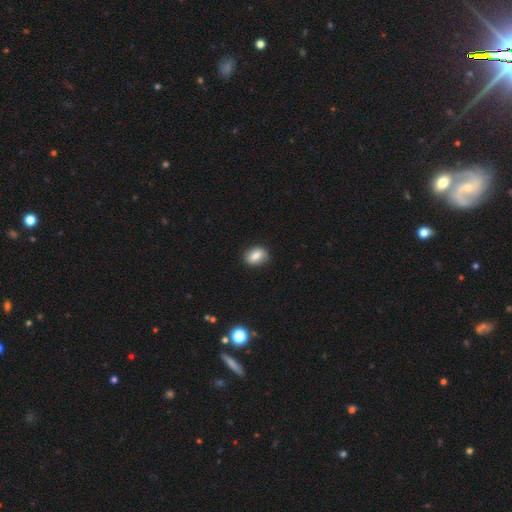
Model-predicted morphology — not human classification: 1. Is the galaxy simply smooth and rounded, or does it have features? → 80% smooth, 11% featured or disk, 8% star or artifact.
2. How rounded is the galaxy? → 63% in between, 36% round, 2% cigar-shaped.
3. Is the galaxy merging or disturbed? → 87% none, 10% minor disturbance, 2% major disturbance, 1% merger.